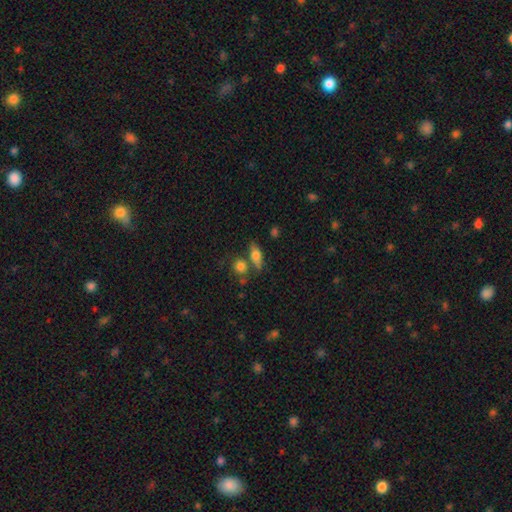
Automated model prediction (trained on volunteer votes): Morphology: type=smooth (65%); roundness=in between (63%); merging=none (65%).